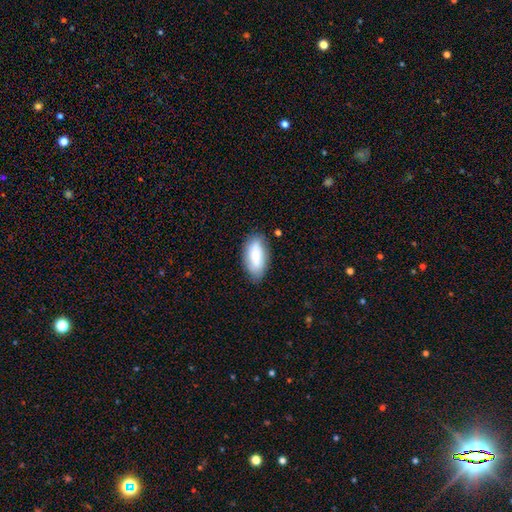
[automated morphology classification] The model was most divided on "merging": none: 75%, minor disturbance: 19%, major disturbance: 4%, merger: 2%. More confident: how rounded — in between (89%); smooth or featured — smooth (82%).